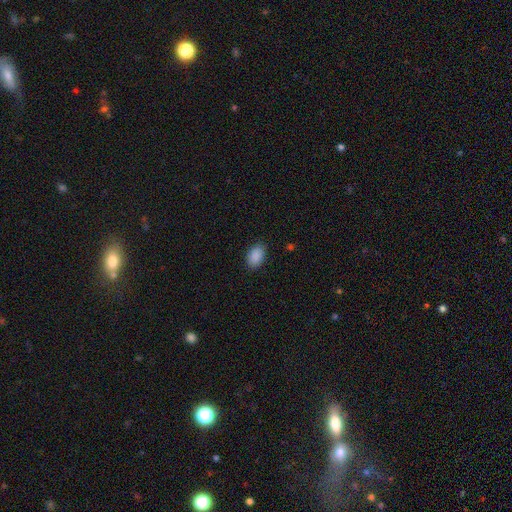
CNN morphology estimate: Smooth or featured?
  - smooth: 90% *
  - star or artifact: 7%
  - featured or disk: 3%
How rounded?
  - in between: 91% *
  - round: 8%
  - cigar-shaped: 1%
Merging?
  - none: 87% *
  - minor disturbance: 9%
  - major disturbance: 2%
  - merger: 1%